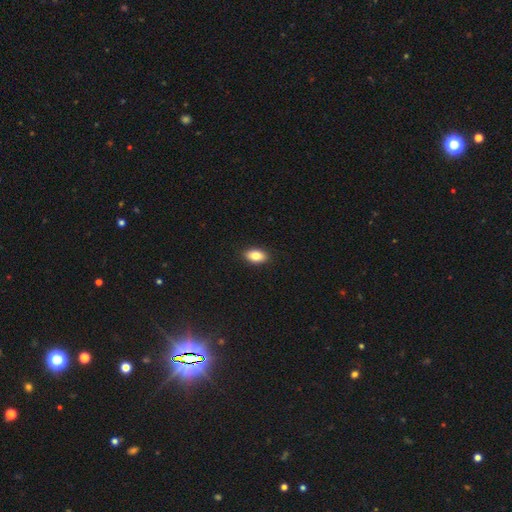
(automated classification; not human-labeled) smooth 84%, featured or disk 9%, star or artifact 8%. Down the decision tree: how rounded — in between (90%); merging — none (90%).